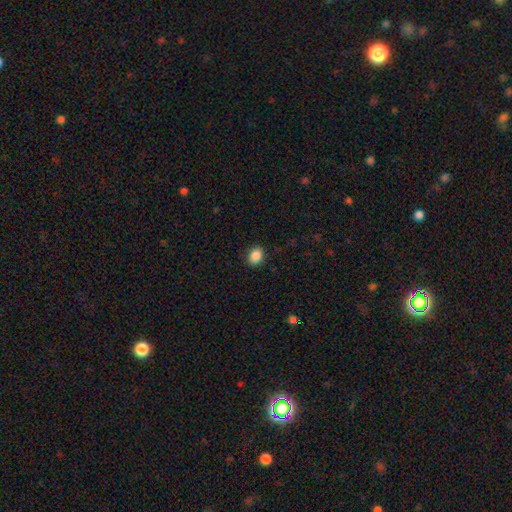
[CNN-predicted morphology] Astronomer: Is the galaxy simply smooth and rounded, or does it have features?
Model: smooth — 88%.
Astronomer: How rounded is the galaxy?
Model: in between — 63%.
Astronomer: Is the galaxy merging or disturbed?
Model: none — 88%.